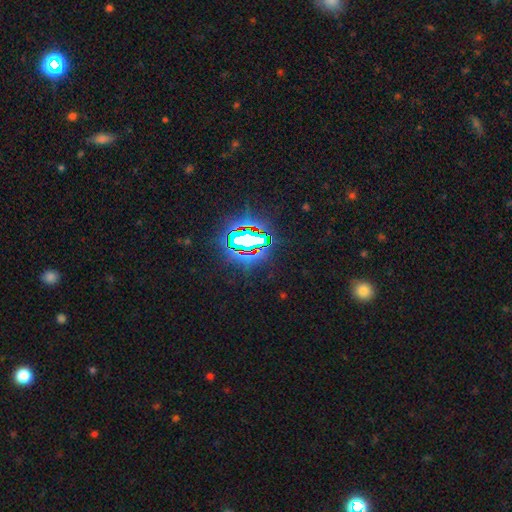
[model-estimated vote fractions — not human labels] Smooth or featured?
  - star or artifact: 83% *
  - smooth: 10%
  - featured or disk: 7%